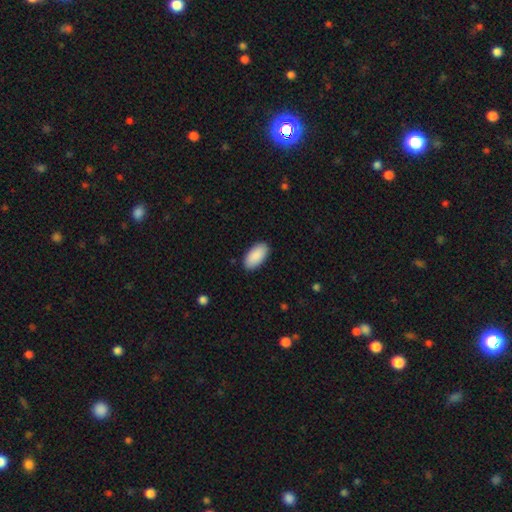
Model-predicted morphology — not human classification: The model was most divided on "merging": none: 89%, minor disturbance: 8%, major disturbance: 2%, merger: 1%. More confident: how rounded — in between (95%); smooth or featured — smooth (91%).